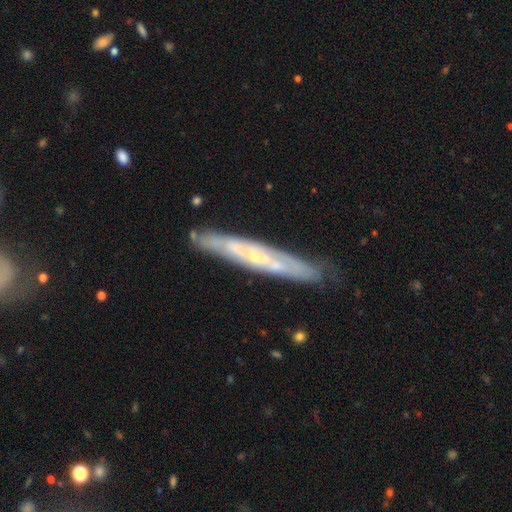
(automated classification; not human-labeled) A featured or disk galaxy (71%) viewed edge-on (70%).

Vote fractions:
- Smooth or featured? featured or disk: 71% / smooth: 24% / star or artifact: 6%
- Edge-on disk? yes: 70% / no: 30%
- Merging? none: 81% / minor disturbance: 14% / major disturbance: 3% / merger: 2%